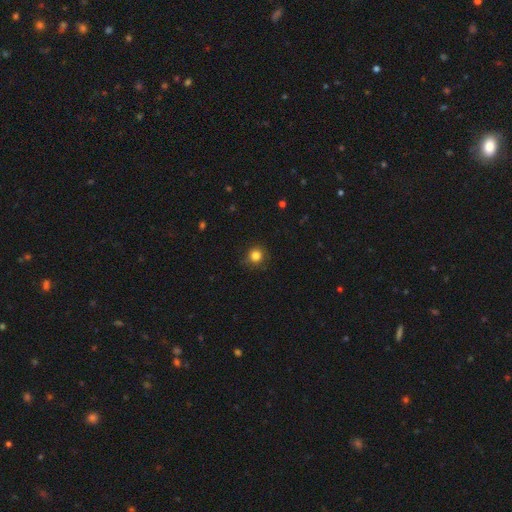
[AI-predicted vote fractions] This appears to be a smooth galaxy with no disk features (83%) that is round (91%). Merging: none (83%).